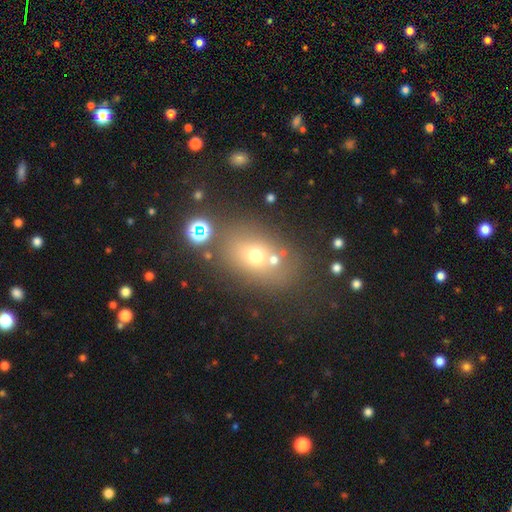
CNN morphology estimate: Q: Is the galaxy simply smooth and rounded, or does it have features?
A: smooth — 61%.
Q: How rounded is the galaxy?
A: in between — 59%.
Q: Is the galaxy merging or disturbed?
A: none — 63%.